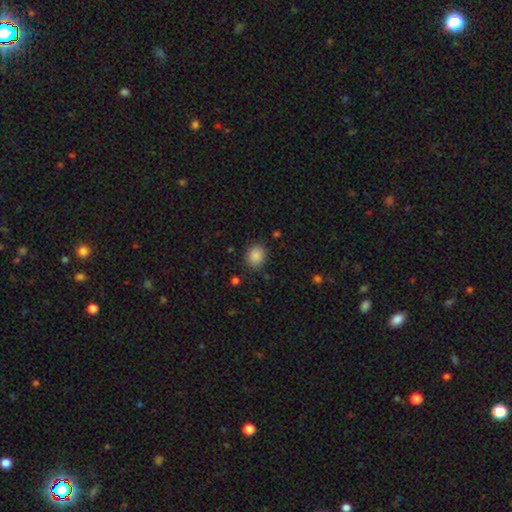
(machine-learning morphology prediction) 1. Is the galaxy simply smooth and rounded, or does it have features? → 88% smooth, 9% star or artifact, 3% featured or disk.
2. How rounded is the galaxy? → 72% round, 28% in between, 1% cigar-shaped.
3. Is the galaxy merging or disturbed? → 85% none, 11% minor disturbance, 3% major disturbance, 1% merger.